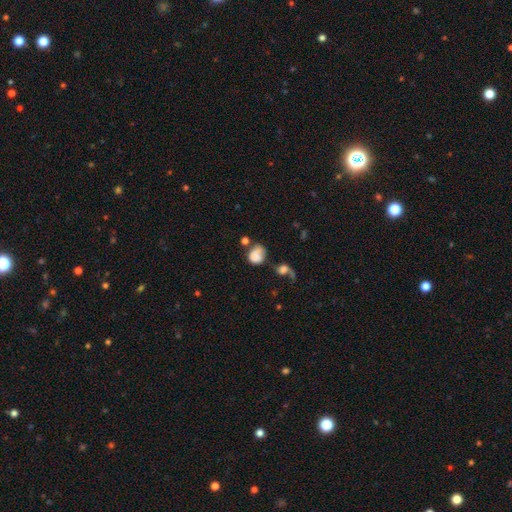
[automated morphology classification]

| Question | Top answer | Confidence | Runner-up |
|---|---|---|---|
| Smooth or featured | smooth | 72% | featured or disk (17%) |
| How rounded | round | 53% | in between (46%) |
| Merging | none | 30% | major disturbance (24%) |